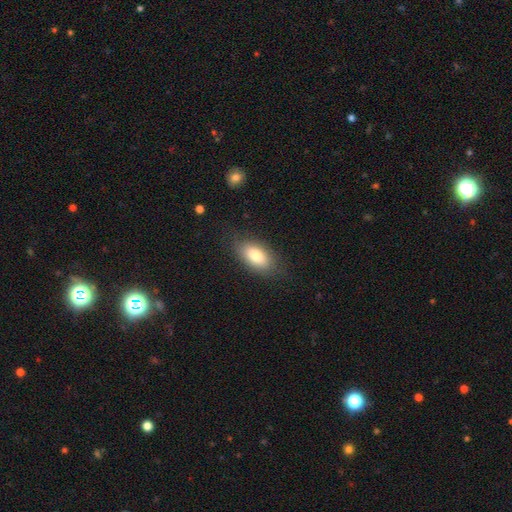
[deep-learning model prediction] Smooth or featured: smooth — 80% (featured or disk — 13%)
How rounded: in between — 91% (round — 5%)
Merging: none — 80% (minor disturbance — 14%)